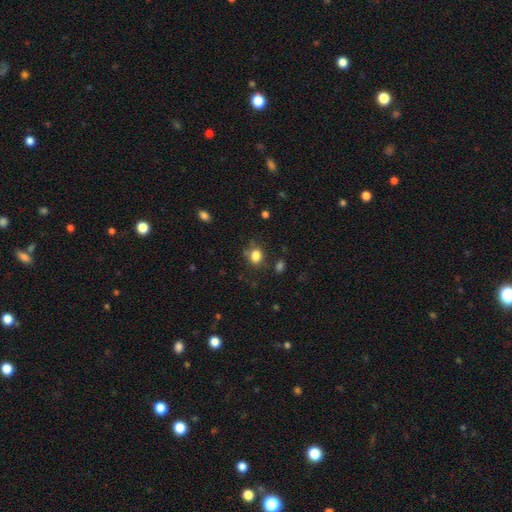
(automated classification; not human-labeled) Morphology: type=smooth (82%); roundness=round (57%); merging=none (72%).